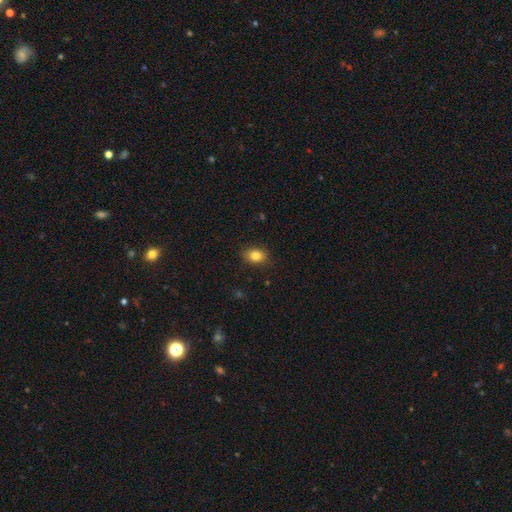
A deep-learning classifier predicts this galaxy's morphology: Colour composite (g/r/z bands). It shows a smooth galaxy with no disk features (84%) that is in between round and cigar-shaped (67%). Merging: none (86%).